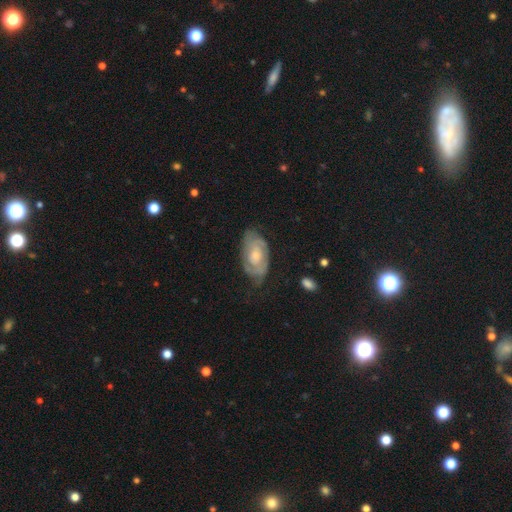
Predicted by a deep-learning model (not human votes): Smooth or featured?
  - featured or disk: 68% *
  - smooth: 26%
  - star or artifact: 6%
Edge-on disk?
  - no: 94% *
  - yes: 6%
Bar?
  - no: 73% *
  - weak: 24%
  - strong: 3%
Spiral arms?
  - yes: 81% *
  - no: 19%
Spiral winding?
  - tight: 58% *
  - medium: 31%
  - loose: 10%
Spiral arm count?
  - 2: 44% *
  - can't tell: 40%
  - 3: 7%
  - 1: 5%
  - 4: 3%
  - more than 4: 2%
Bulge size?
  - moderate: 56% *
  - small: 30%
  - large: 8%
  - none: 4%
  - dominant: 1%
Merging?
  - none: 63% *
  - minor disturbance: 26%
  - major disturbance: 10%
  - merger: 1%